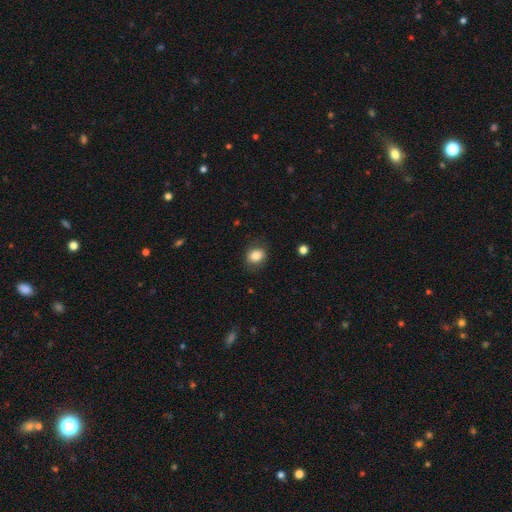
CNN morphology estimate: Smooth or featured: smooth — 84% (star or artifact — 9%)
How rounded: round — 52% (in between — 47%)
Merging: none — 81% (minor disturbance — 14%)